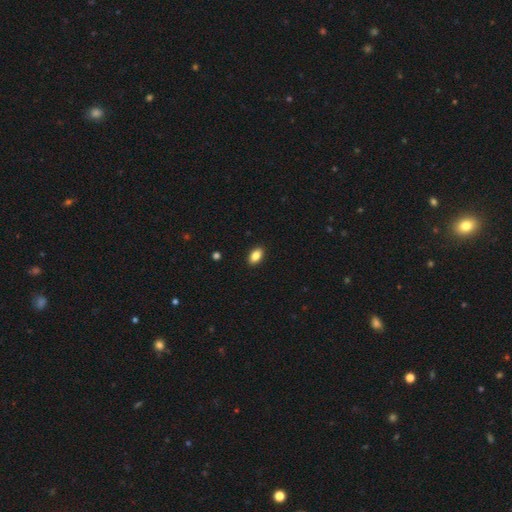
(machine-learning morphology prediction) type=smooth (86%); roundness=in between (91%); merging=none (90%).